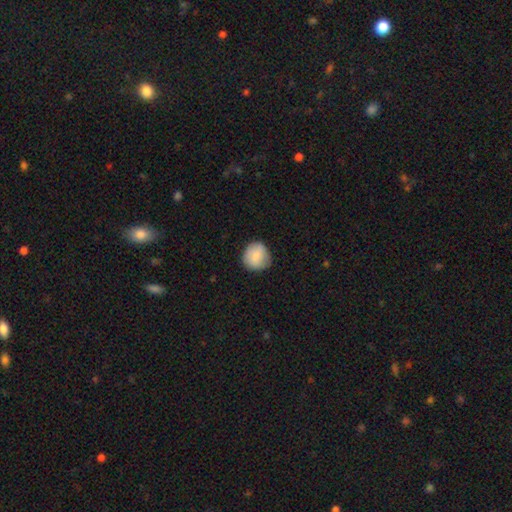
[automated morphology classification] A smooth galaxy with no disk features (84%) that is round (92%). Merging: none (81%).